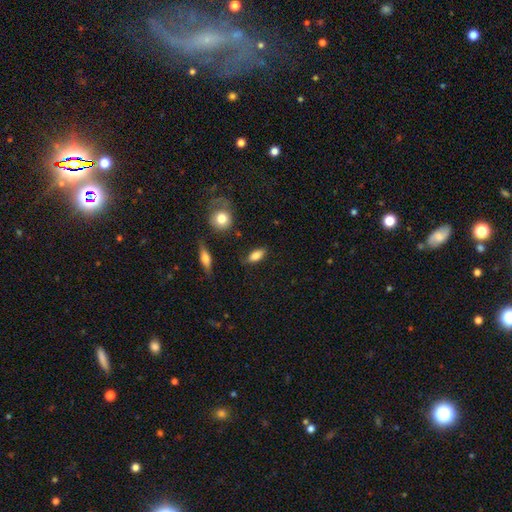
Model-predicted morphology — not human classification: smooth_or_featured: smooth (p=0.81) [alt: featured or disk p=0.11]
how_rounded: in between (p=0.82) [alt: cigar-shaped p=0.13]
merging: none (p=0.79) [alt: minor disturbance p=0.14]